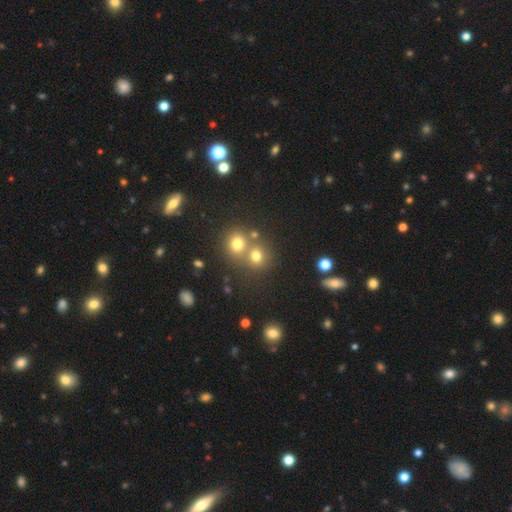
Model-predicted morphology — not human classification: Q: Smooth or featured?
A: smooth (66%); runner-up: star or artifact (22%)
Q: How rounded?
A: round (81%); runner-up: in between (18%)
Q: Merging?
A: none (50%); runner-up: merger (40%)